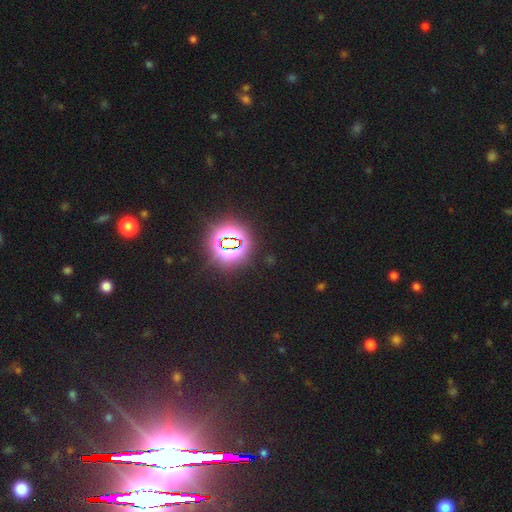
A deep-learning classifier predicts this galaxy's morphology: The model was most divided on "smooth or featured": star or artifact: 80%, smooth: 12%, featured or disk: 8%.